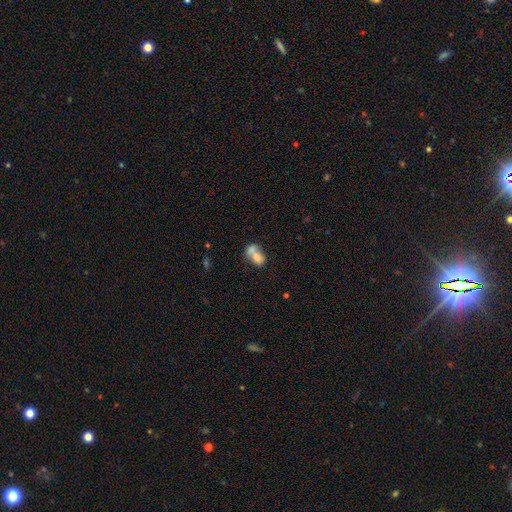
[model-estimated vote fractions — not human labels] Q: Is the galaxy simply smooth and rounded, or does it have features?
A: smooth — 72%.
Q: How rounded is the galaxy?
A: in between — 72%.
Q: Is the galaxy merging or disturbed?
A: merger — 69%.